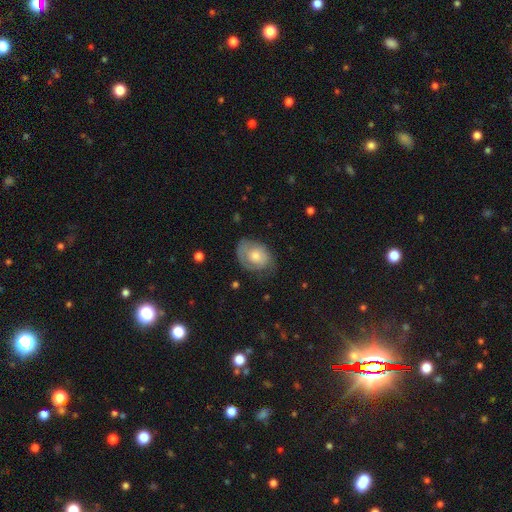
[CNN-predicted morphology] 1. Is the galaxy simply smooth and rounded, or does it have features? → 48% smooth, 44% featured or disk, 8% star or artifact.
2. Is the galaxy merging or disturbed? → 62% none, 25% minor disturbance, 11% major disturbance, 1% merger.